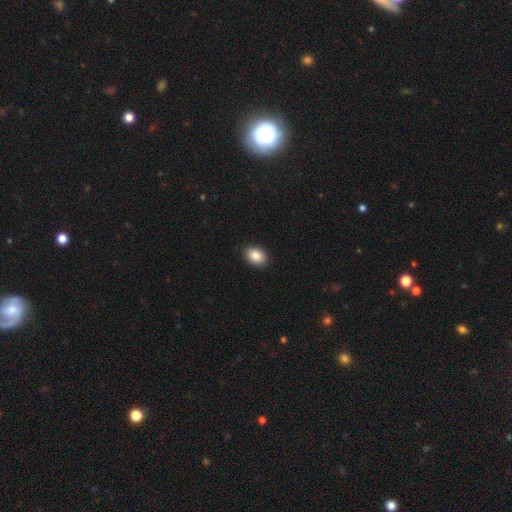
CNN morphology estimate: Smooth or featured? smooth (87%)
How rounded? in between (80%)
Merging? none (90%)